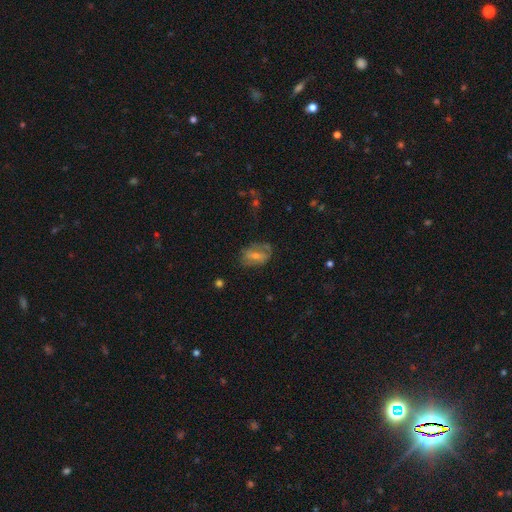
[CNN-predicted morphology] This appears to be a featured or disk galaxy (46%). Merging: none (57%).